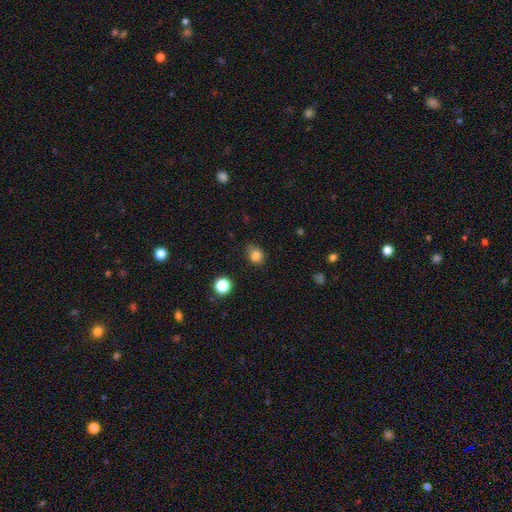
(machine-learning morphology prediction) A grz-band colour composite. It shows a smooth galaxy with no disk features (82%) that is round (57%). Merging: none (75%).